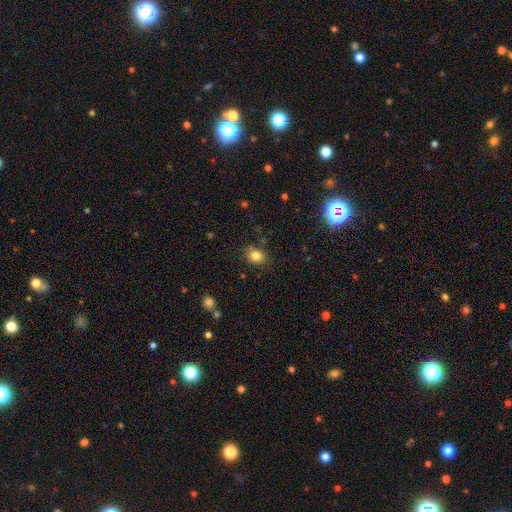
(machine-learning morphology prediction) smooth 82%, star or artifact 11%, featured or disk 6%. Down the decision tree: how rounded — round (53%); merging — none (79%).